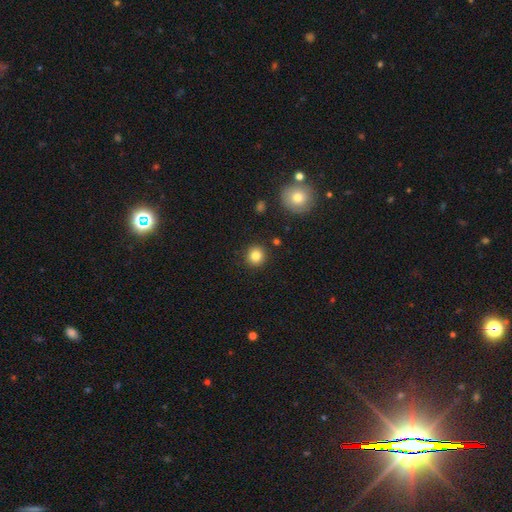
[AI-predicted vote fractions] smooth_or_featured: smooth (p=0.83) [alt: star or artifact p=0.11]
how_rounded: round (p=0.92) [alt: in between p=0.07]
merging: none (p=0.91) [alt: minor disturbance p=0.06]